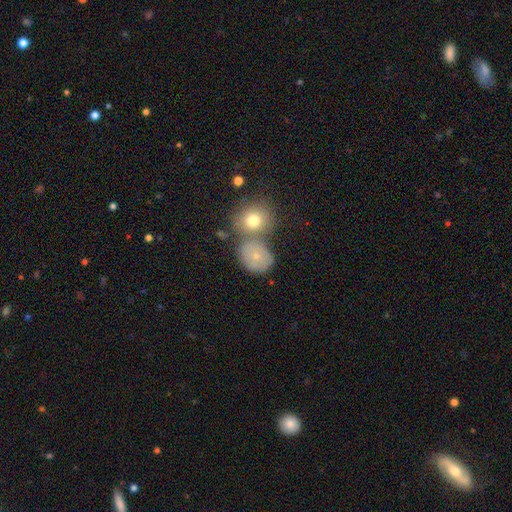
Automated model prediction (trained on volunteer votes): Morphology: type=smooth (66%); roundness=round (67%); merging=none (46%).